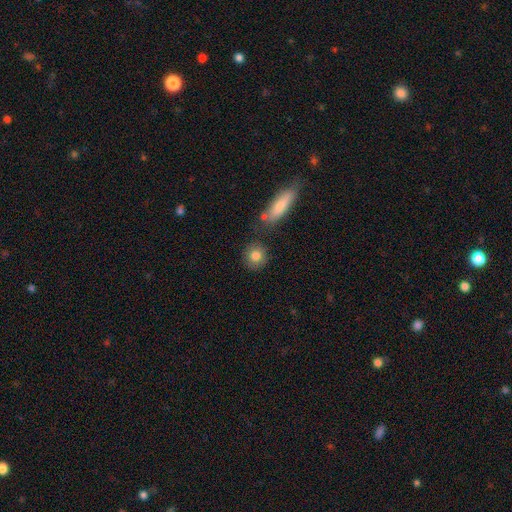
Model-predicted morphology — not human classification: Smooth or featured? smooth (82%)
How rounded? round (85%)
Merging? none (77%)